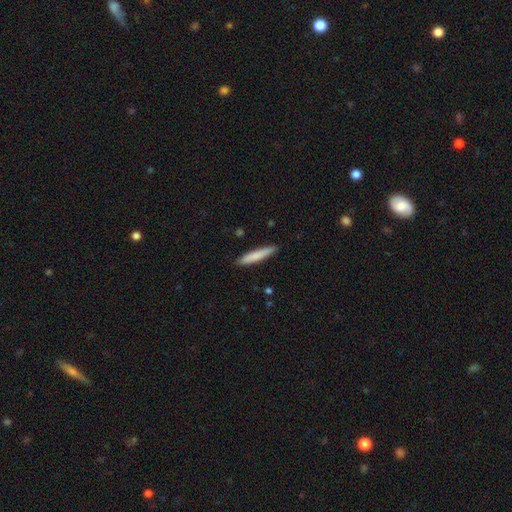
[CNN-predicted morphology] Smooth or featured? Predicted: smooth (p=0.80). How rounded? Predicted: cigar-shaped (p=0.91). Merging? Predicted: none (p=0.88).